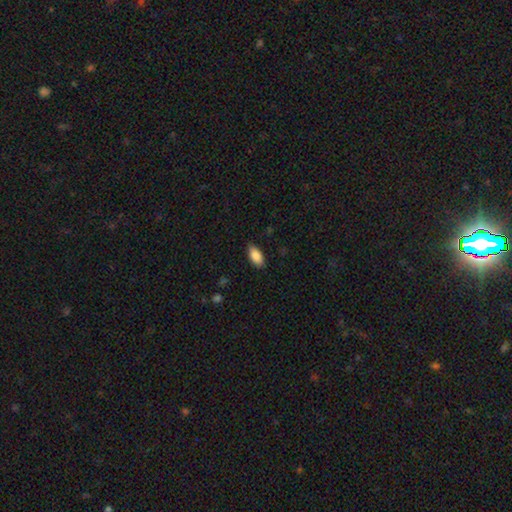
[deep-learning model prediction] smooth-or-featured: smooth: 87% | featured or disk: 7% | star or artifact: 6%
  how-rounded: in between: 90% | cigar-shaped: 7% | round: 2%
  merging: none: 85% | minor disturbance: 12% | major disturbance: 2% | merger: 1%